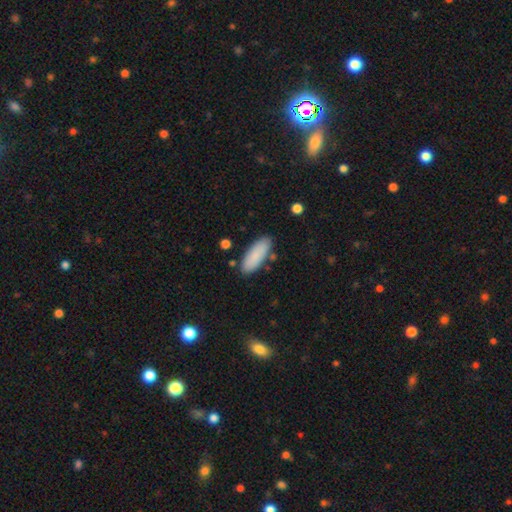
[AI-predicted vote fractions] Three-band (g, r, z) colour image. It shows a smooth galaxy with no disk features (87%) that is in between round and cigar-shaped (71%). Merging: none (83%).